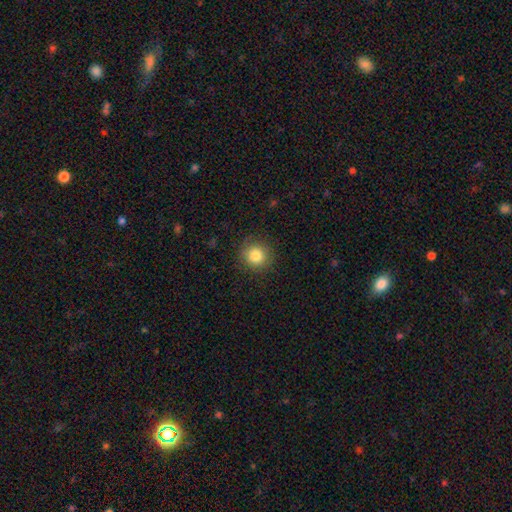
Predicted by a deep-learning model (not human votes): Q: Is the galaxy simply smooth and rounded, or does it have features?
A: smooth — 82%.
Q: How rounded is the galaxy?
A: round — 92%.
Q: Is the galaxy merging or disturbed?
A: none — 88%.